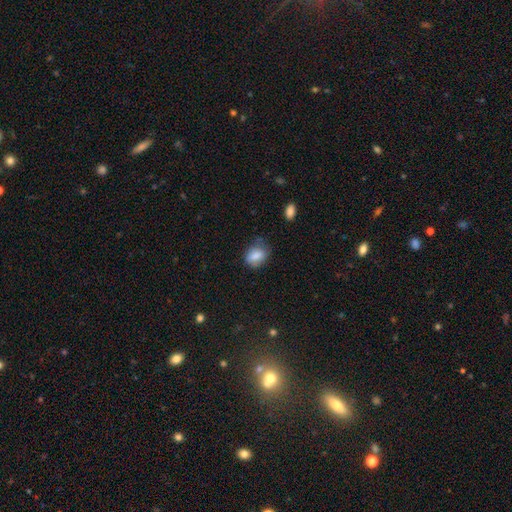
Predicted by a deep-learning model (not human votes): smooth-or-featured: smooth: 83% | featured or disk: 9% | star or artifact: 8%
  how-rounded: in between: 69% | round: 30% | cigar-shaped: 2%
  merging: none: 62% | minor disturbance: 28% | major disturbance: 7% | merger: 2%